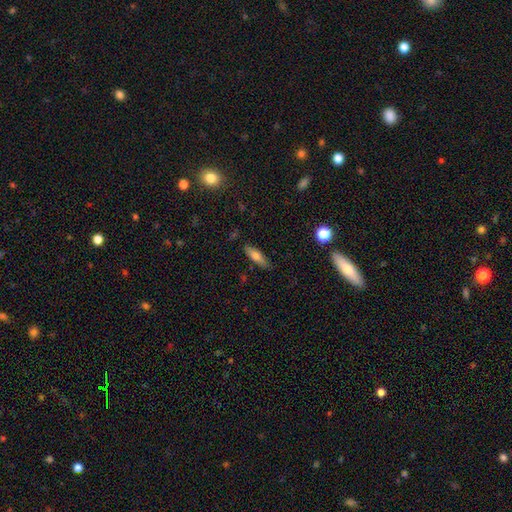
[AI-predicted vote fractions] A smooth galaxy with no disk features (68%) that is cigar-shaped (56%).

Vote fractions:
- Smooth or featured? smooth: 68% / featured or disk: 24% / star or artifact: 8%
- How rounded? cigar-shaped: 56% / in between: 41% / round: 2%
- Merging? none: 79% / minor disturbance: 16% / major disturbance: 3% / merger: 2%